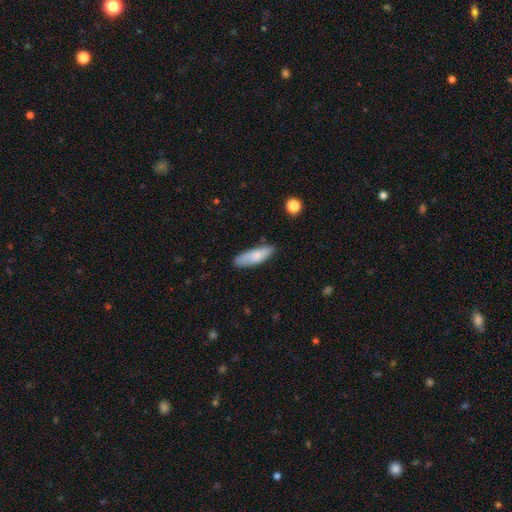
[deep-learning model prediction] This appears to be a smooth galaxy with no disk features (81%) that is in between round and cigar-shaped (55%). Merging: none (75%).